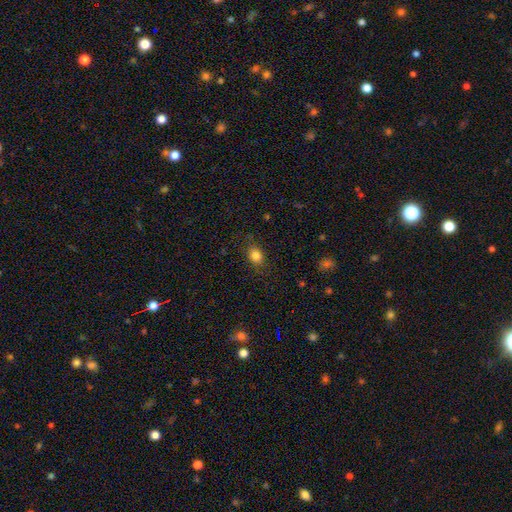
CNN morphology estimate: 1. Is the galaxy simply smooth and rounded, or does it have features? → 83% smooth, 11% star or artifact, 6% featured or disk.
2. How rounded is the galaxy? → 64% in between, 34% round, 2% cigar-shaped.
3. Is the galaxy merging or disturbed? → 80% none, 15% minor disturbance, 4% major disturbance, 1% merger.